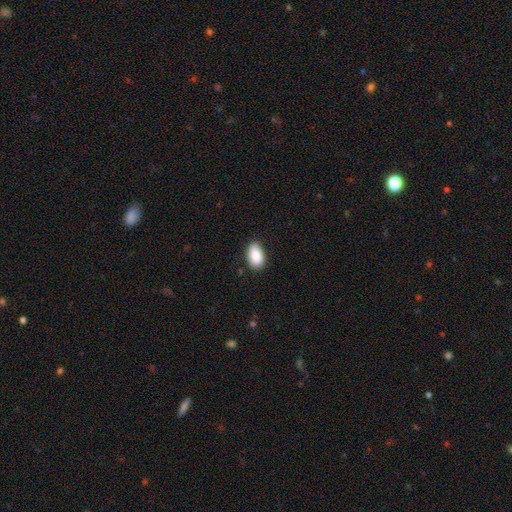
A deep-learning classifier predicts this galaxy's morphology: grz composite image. It shows a smooth galaxy with no disk features (87%) that is in between round and cigar-shaped (92%). Merging: none (84%).